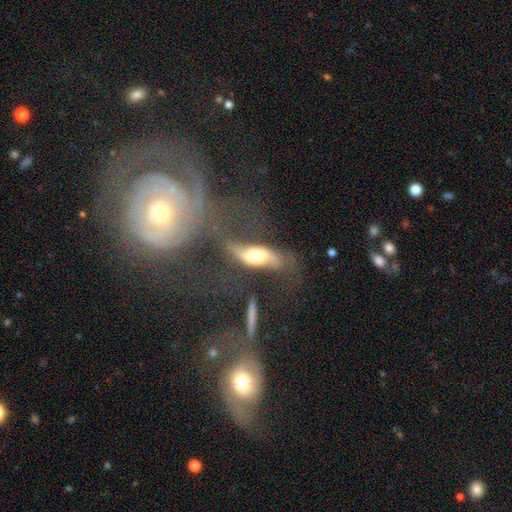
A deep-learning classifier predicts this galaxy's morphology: smooth_or_featured: featured or disk (p=0.56) [alt: smooth p=0.35]
disk_edge_on: no (p=0.72) [alt: yes p=0.28]
merging: none (p=0.40) [alt: major disturbance p=0.28]